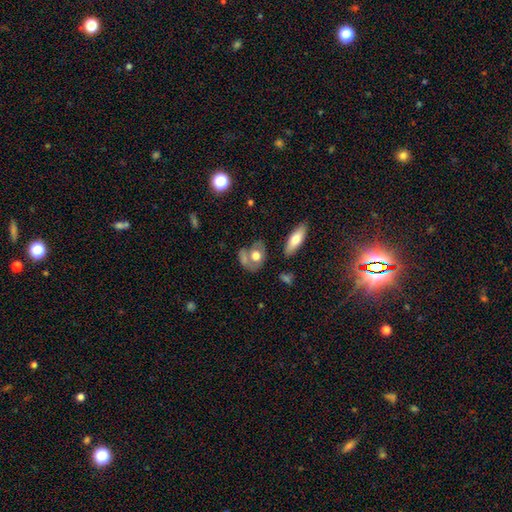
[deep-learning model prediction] smooth 59%, featured or disk 34%, star or artifact 7%. Down the decision tree: how rounded — in between (62%); merging — none (45%).